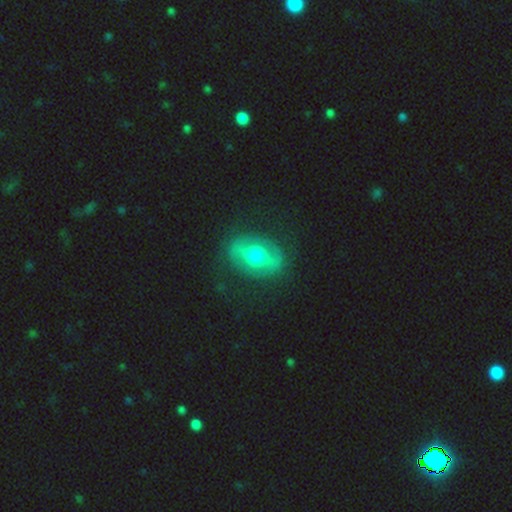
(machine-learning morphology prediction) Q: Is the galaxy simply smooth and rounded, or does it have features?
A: featured or disk — 64%.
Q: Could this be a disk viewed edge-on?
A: no — 88%.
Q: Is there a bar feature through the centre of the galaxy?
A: strong — 45%.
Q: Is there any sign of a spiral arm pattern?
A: no — 62%.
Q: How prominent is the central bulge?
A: moderate — 67%.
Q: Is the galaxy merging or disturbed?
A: none — 80%.